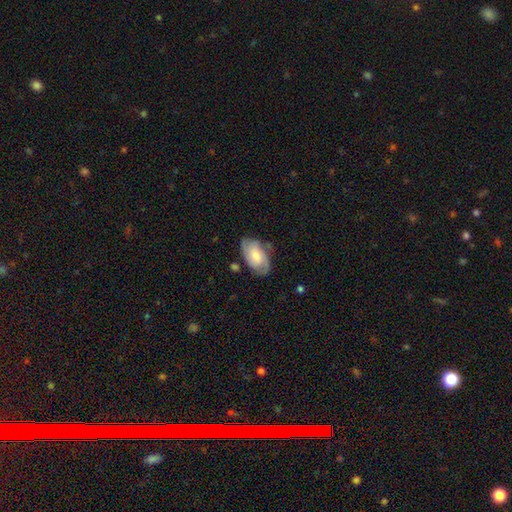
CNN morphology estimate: type=featured or disk (48%); merging=none (68%).